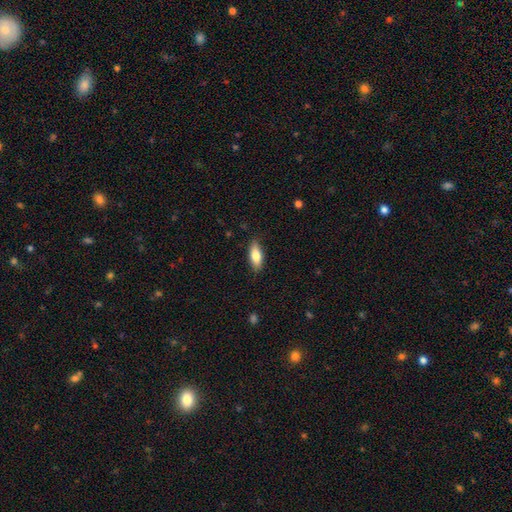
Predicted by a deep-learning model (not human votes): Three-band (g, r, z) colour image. It shows a smooth galaxy with no disk features (76%) that is in between round and cigar-shaped (77%). Merging: none (84%).